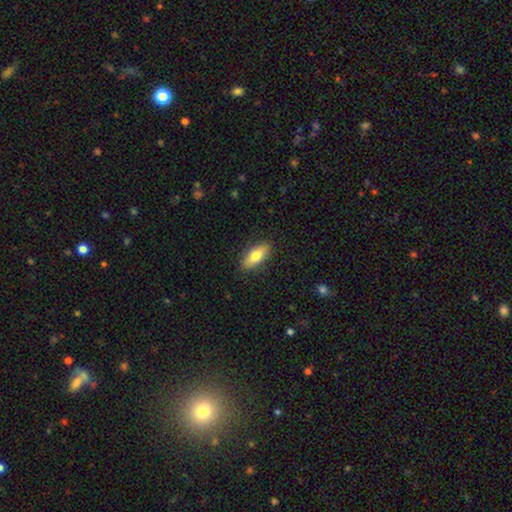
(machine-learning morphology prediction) A smooth galaxy with no disk features (75%) that is in between round and cigar-shaped (76%).

Vote fractions:
- Smooth or featured? smooth: 75% / featured or disk: 19% / star or artifact: 6%
- How rounded? in between: 76% / cigar-shaped: 21% / round: 3%
- Merging? none: 88% / minor disturbance: 9% / major disturbance: 2% / merger: 1%